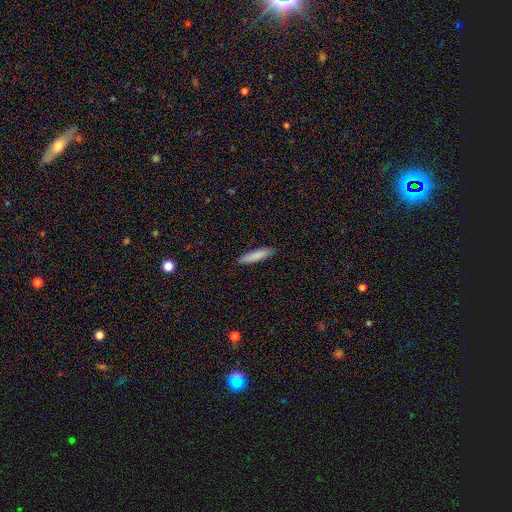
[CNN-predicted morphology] smooth 86%, featured or disk 8%, star or artifact 6%. Down the decision tree: how rounded — cigar-shaped (81%); merging — none (89%).